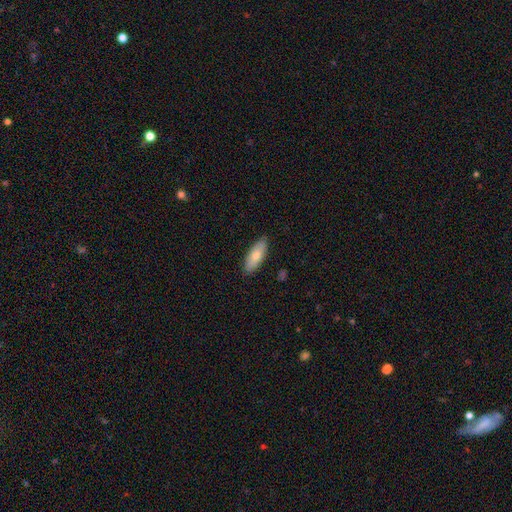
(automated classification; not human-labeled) Q: Smooth or featured?
A: smooth (74%); runner-up: featured or disk (20%)
Q: How rounded?
A: in between (74%); runner-up: cigar-shaped (24%)
Q: Merging?
A: none (88%); runner-up: minor disturbance (10%)